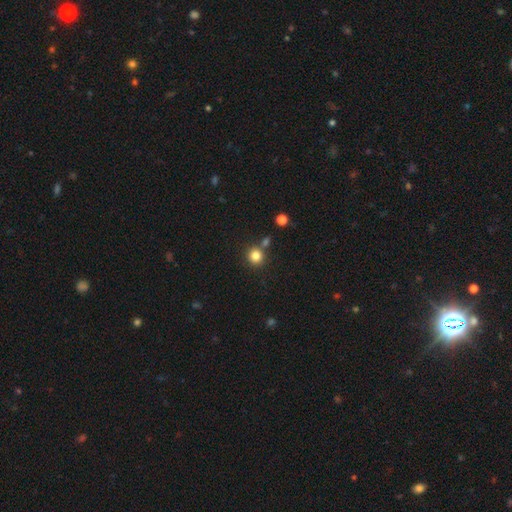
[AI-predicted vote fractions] smooth-or-featured: smooth: 82% | star or artifact: 12% | featured or disk: 5%
  how-rounded: round: 92% | in between: 7% | cigar-shaped: 1%
  merging: none: 77% | merger: 13% | minor disturbance: 8% | major disturbance: 3%